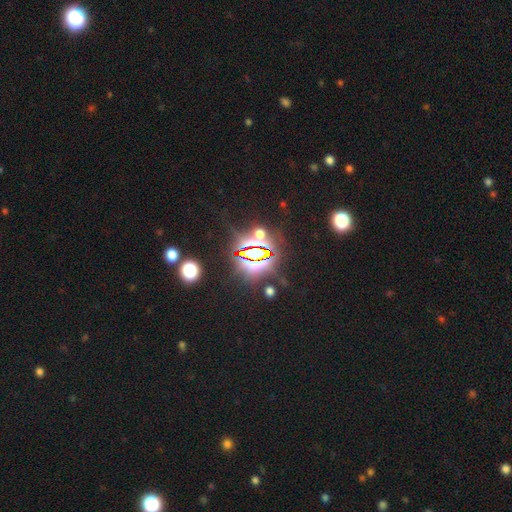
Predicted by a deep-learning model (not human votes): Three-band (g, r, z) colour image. It shows a star or artifact, not a galaxy (78%).